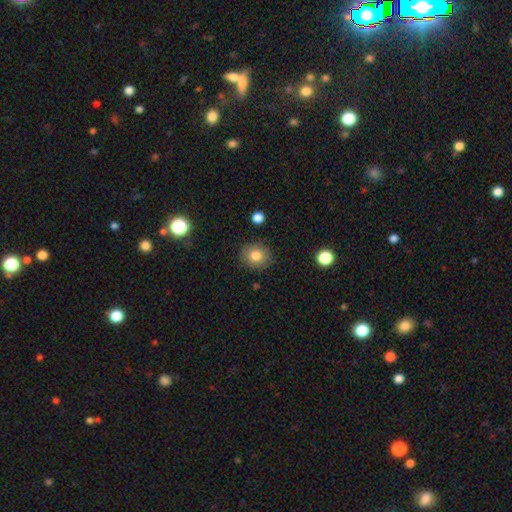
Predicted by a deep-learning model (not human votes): Q: Smooth or featured?
A: smooth (82%); runner-up: star or artifact (10%)
Q: How rounded?
A: round (79%); runner-up: in between (20%)
Q: Merging?
A: none (87%); runner-up: minor disturbance (9%)